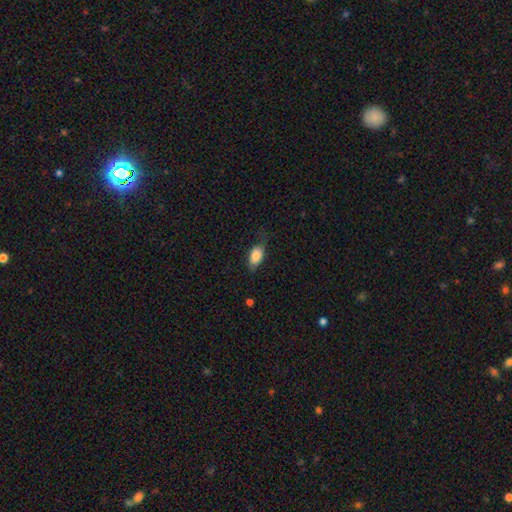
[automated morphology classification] Smooth or featured? smooth (83%)
How rounded? in between (91%)
Merging? none (60%)